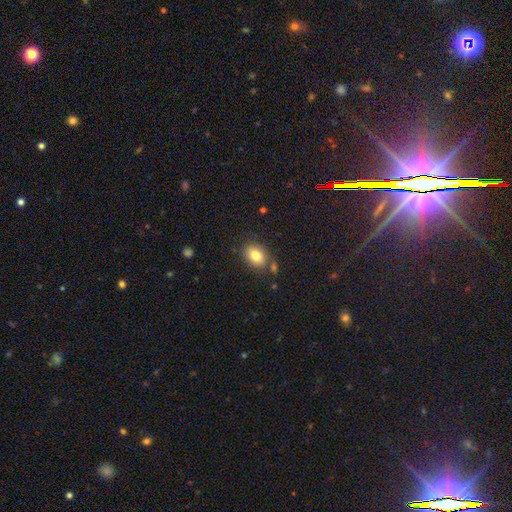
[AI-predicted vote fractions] Smooth or featured: smooth — 83% (star or artifact — 9%)
How rounded: in between — 73% (round — 26%)
Merging: none — 75% (minor disturbance — 14%)